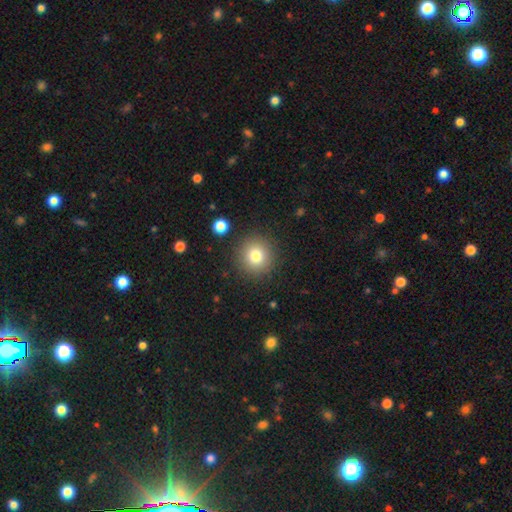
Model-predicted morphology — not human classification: Smooth or featured? smooth (78%)
How rounded? round (93%)
Merging? none (89%)